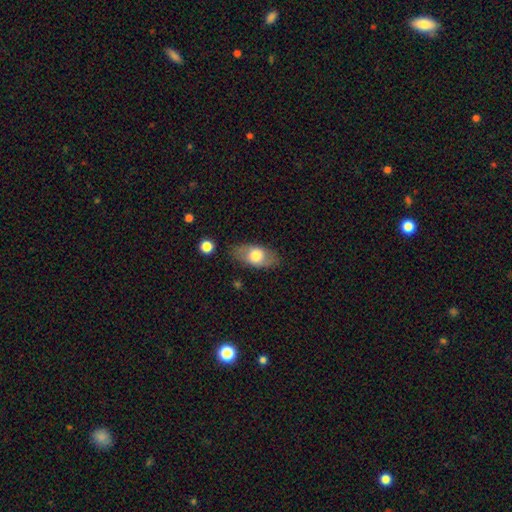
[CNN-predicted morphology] Q: Smooth or featured?
A: smooth (65%); runner-up: featured or disk (28%)
Q: How rounded?
A: in between (88%); runner-up: round (7%)
Q: Merging?
A: none (81%); runner-up: minor disturbance (13%)